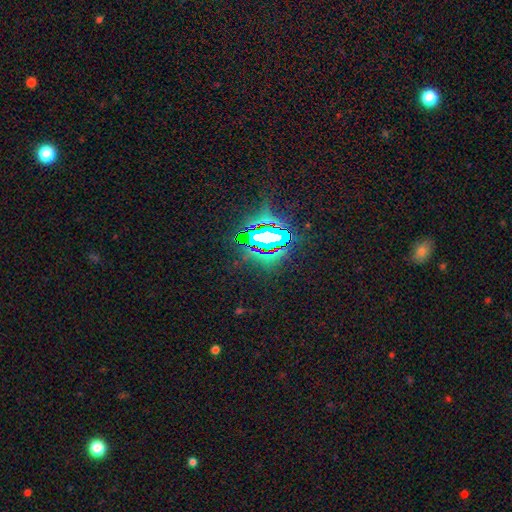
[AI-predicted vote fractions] A star or artifact, not a galaxy (81%).

Vote fractions:
- Smooth or featured? star or artifact: 81% / smooth: 11% / featured or disk: 8%